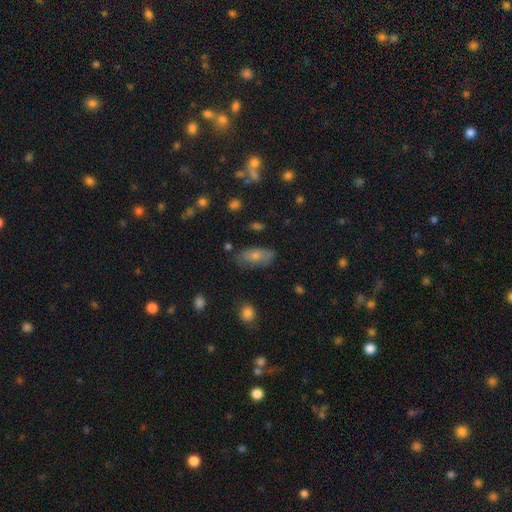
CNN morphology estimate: A smooth galaxy with no disk features (70%) that is in between round and cigar-shaped (89%).

Vote fractions:
- Smooth or featured? smooth: 70% / featured or disk: 22% / star or artifact: 8%
- How rounded? in between: 89% / cigar-shaped: 7% / round: 4%
- Merging? none: 71% / minor disturbance: 21% / major disturbance: 5% / merger: 2%